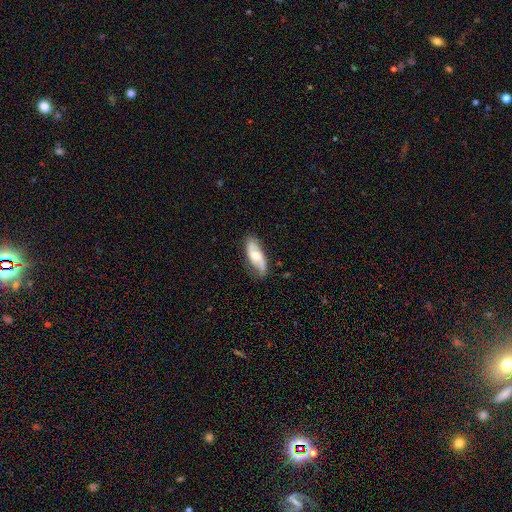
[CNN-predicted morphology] Smooth or featured?
  - featured or disk: 58% *
  - smooth: 36%
  - star or artifact: 6%
Edge-on disk?
  - no: 87% *
  - yes: 13%
Bar?
  - no: 56% *
  - weak: 35%
  - strong: 9%
Spiral arms?
  - yes: 88% *
  - no: 12%
Bulge size?
  - moderate: 59% *
  - small: 22%
  - large: 13%
  - none: 4%
  - dominant: 2%
Merging?
  - none: 76% *
  - minor disturbance: 18%
  - major disturbance: 4%
  - merger: 1%